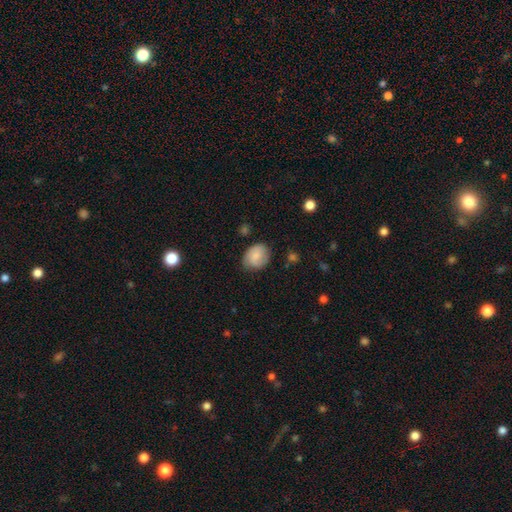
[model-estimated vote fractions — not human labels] This is likely a smooth galaxy (69%). How rounded: possibly in between (52%). Merging: likely none (68%).